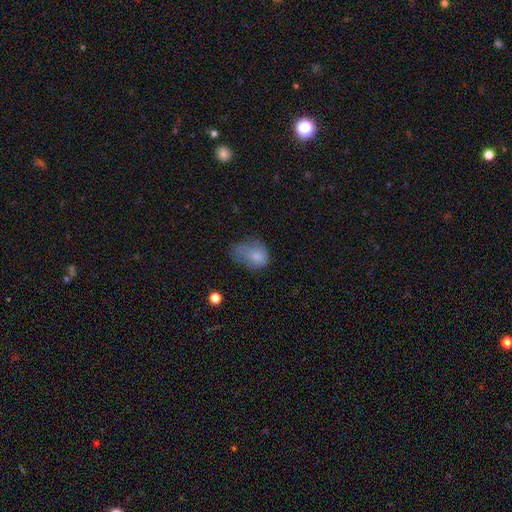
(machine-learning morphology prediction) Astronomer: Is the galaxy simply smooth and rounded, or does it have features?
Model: smooth — 72%.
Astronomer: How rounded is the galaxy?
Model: in between — 69%.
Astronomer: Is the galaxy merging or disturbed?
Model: major disturbance — 38% (runner-up: minor disturbance, 34%).